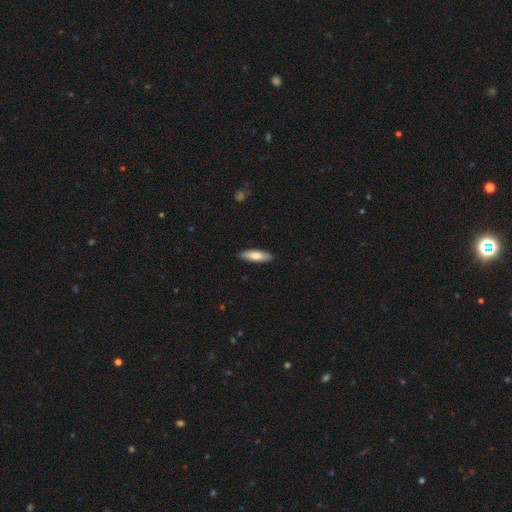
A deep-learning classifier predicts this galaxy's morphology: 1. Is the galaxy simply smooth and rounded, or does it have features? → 79% smooth, 16% featured or disk, 5% star or artifact.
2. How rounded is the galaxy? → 53% cigar-shaped, 46% in between, 2% round.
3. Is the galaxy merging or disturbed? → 89% none, 9% minor disturbance, 2% major disturbance, 1% merger.